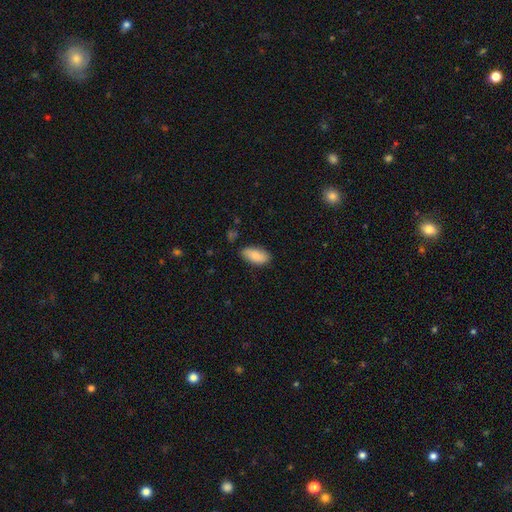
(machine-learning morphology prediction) This appears to be a smooth galaxy with no disk features (87%) that is in between round and cigar-shaped (91%). Merging: none (81%).